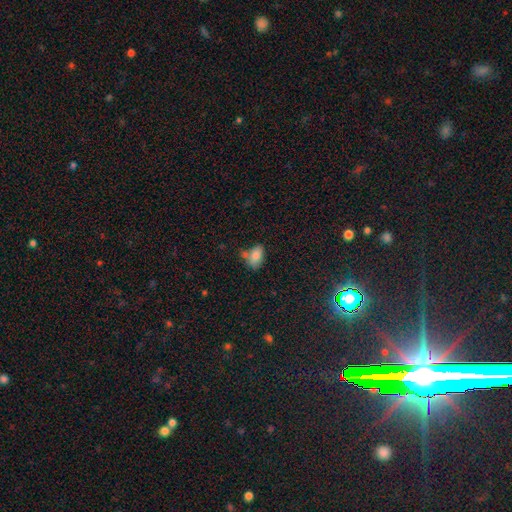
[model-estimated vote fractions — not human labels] Morphology: type=smooth (81%); roundness=in between (89%); merging=none (51%).